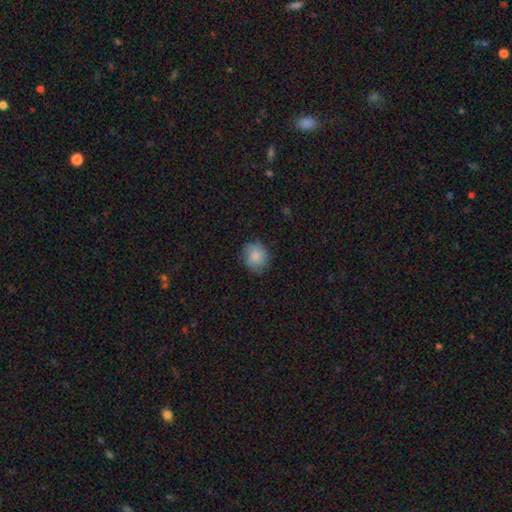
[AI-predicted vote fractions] Smooth or featured? Predicted: smooth (p=0.81). How rounded? Predicted: round (p=0.69). Merging? Predicted: none (p=0.77).